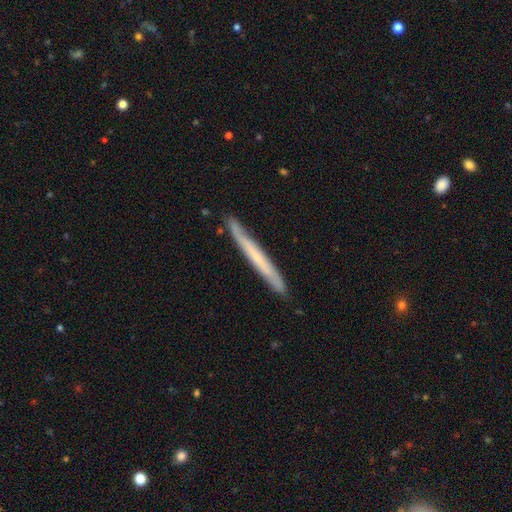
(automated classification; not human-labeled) Overall: featured or disk (52%; smooth 42%). Edge-on disk: yes (90%). Merging: none (85%).